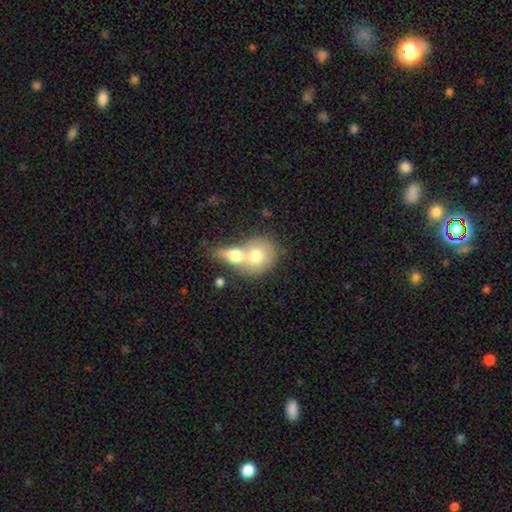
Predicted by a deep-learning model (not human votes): Smooth or featured: smooth — 68% (featured or disk — 25%)
How rounded: round — 58% (in between — 40%)
Merging: merger — 70% (none — 21%)